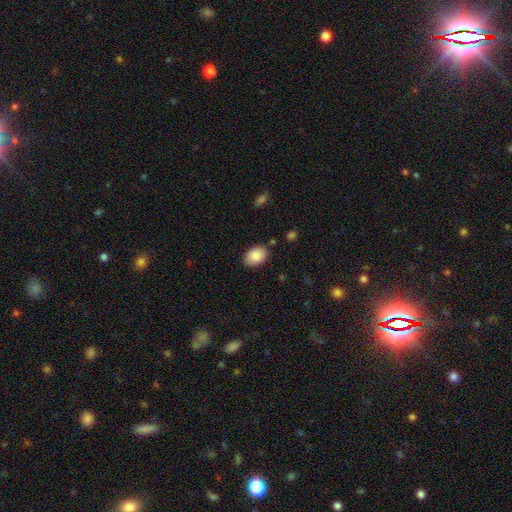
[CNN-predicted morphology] A smooth galaxy with no disk features (87%) that is in between round and cigar-shaped (83%).

Vote fractions:
- Smooth or featured? smooth: 87% / star or artifact: 7% / featured or disk: 6%
- How rounded? in between: 83% / round: 16% / cigar-shaped: 1%
- Merging? none: 85% / minor disturbance: 11% / major disturbance: 2% / merger: 2%